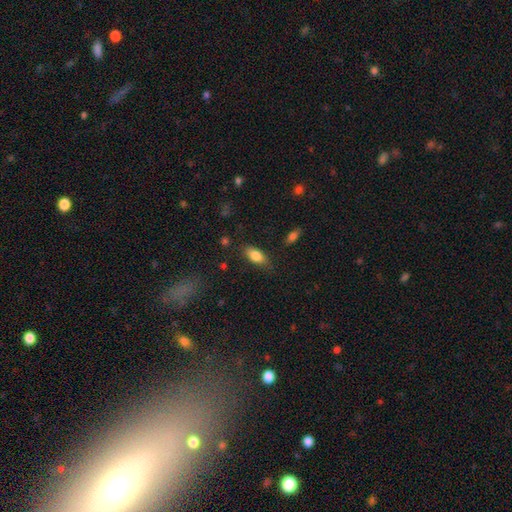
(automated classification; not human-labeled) Smooth or featured? smooth (82%)
How rounded? in between (87%)
Merging? none (79%)